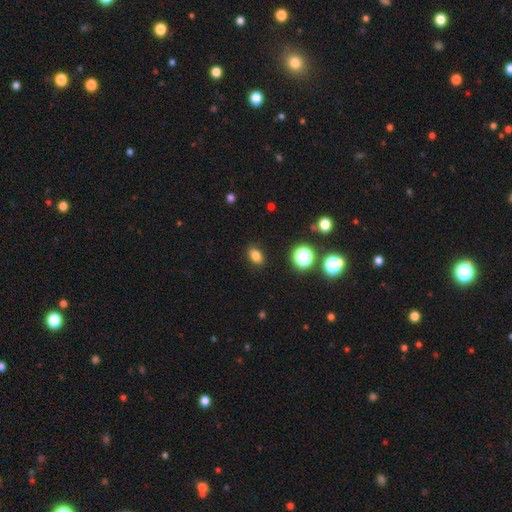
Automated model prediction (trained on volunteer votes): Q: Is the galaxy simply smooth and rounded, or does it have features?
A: smooth — 79%.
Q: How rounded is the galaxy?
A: in between — 77%.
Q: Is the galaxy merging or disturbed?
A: none — 88%.